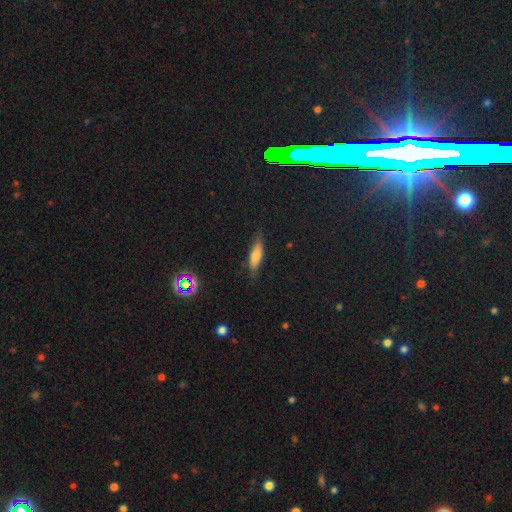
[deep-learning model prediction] A smooth galaxy with no disk features (72%) that is cigar-shaped (58%).

Vote fractions:
- Smooth or featured? smooth: 72% / featured or disk: 20% / star or artifact: 8%
- How rounded? cigar-shaped: 58% / in between: 40% / round: 2%
- Merging? none: 77% / minor disturbance: 18% / major disturbance: 4% / merger: 1%